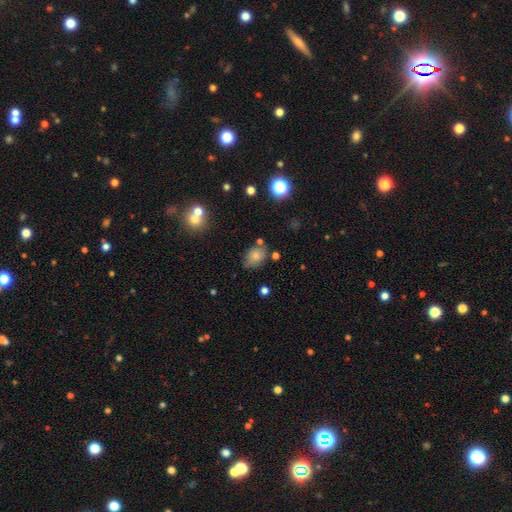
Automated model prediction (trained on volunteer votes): The model was most divided on "how rounded": in between: 74%, round: 25%, cigar-shaped: 1%. More confident: smooth or featured — smooth (78%); merging — none (70%).